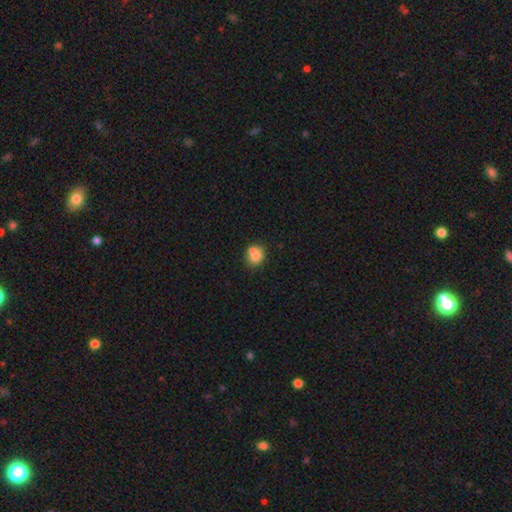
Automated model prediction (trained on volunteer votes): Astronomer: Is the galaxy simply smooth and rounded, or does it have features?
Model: smooth — 75%.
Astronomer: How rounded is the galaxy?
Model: round — 74%.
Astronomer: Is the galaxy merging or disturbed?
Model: none — 47% (runner-up: merger, 38%).